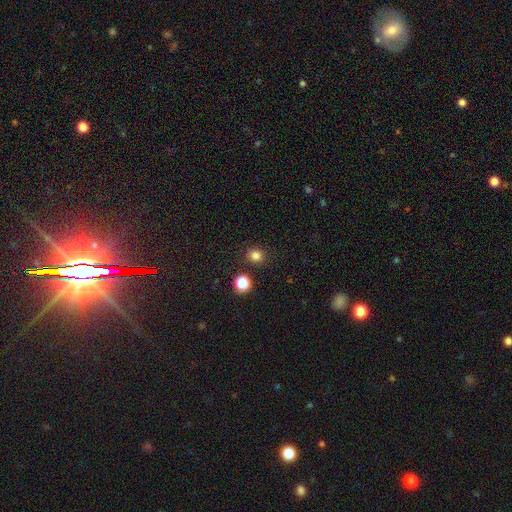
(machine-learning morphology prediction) Smooth or featured? smooth (81%)
How rounded? round (85%)
Merging? none (88%)